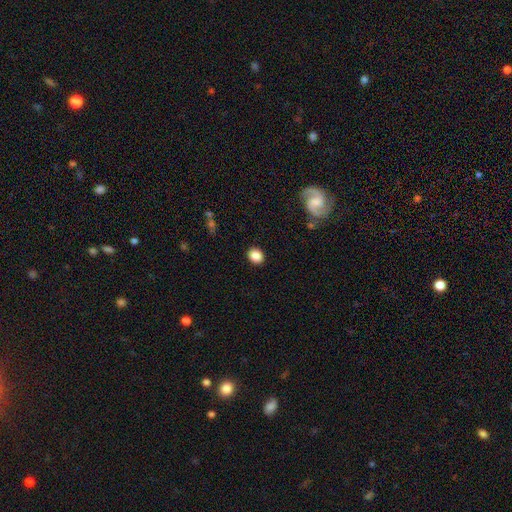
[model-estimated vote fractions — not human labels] Smooth or featured? Predicted: smooth (p=0.86). How rounded? Predicted: round (p=0.62). Merging? Predicted: none (p=0.89).